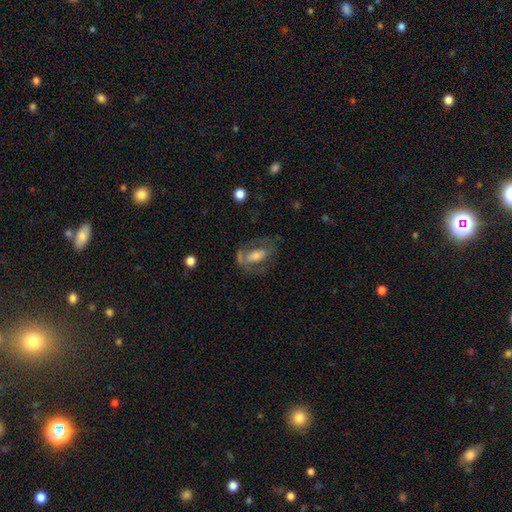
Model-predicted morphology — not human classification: type=featured or disk (59%); edge-on=no (92%); bar=no (60%); spiral arms=no (51%); bulge=moderate (40%); merging=none (52%).